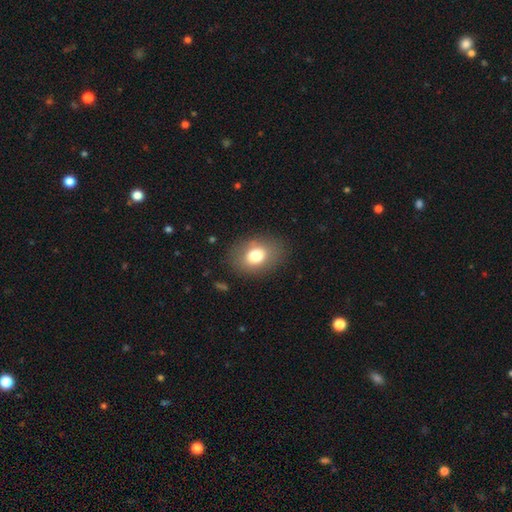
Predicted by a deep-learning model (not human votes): Morphology: type=smooth (76%); roundness=in between (67%); merging=none (83%).